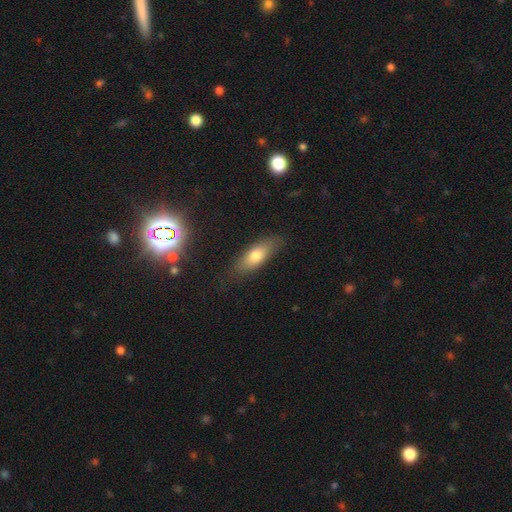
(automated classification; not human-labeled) Q: Smooth or featured?
A: smooth (73%); runner-up: featured or disk (19%)
Q: How rounded?
A: in between (71%); runner-up: cigar-shaped (26%)
Q: Merging?
A: none (79%); runner-up: minor disturbance (15%)